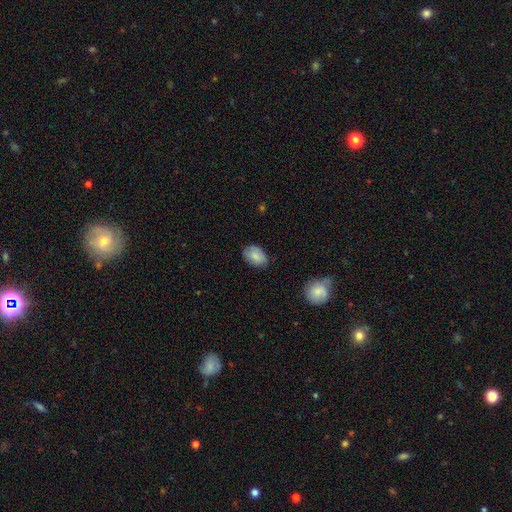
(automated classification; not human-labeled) smooth_or_featured: smooth (p=0.80) [alt: featured or disk p=0.13]
how_rounded: in between (p=0.86) [alt: round p=0.13]
merging: none (p=0.73) [alt: minor disturbance p=0.22]